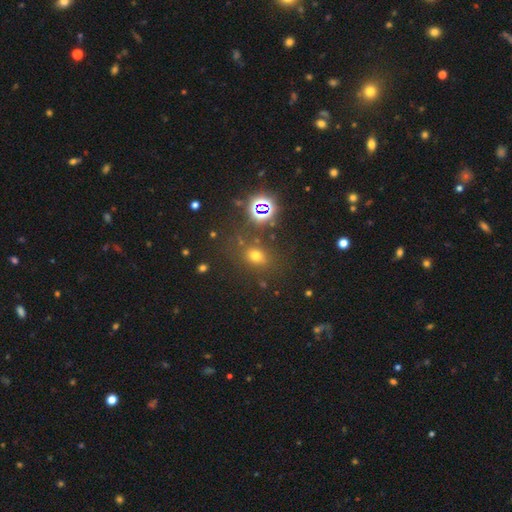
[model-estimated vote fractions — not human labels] Smooth or featured?
  - smooth: 64% *
  - star or artifact: 27%
  - featured or disk: 9%
How rounded?
  - in between: 50% *
  - round: 48%
  - cigar-shaped: 2%
Merging?
  - none: 74% *
  - minor disturbance: 13%
  - merger: 7%
  - major disturbance: 6%